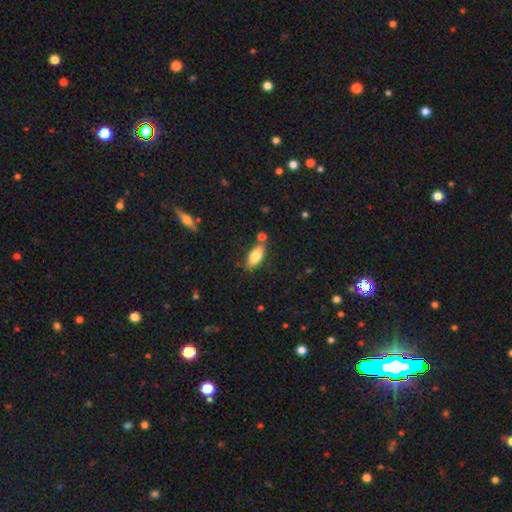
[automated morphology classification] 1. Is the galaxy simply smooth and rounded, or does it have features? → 77% smooth, 16% featured or disk, 7% star or artifact.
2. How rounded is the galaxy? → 82% in between, 16% cigar-shaped, 2% round.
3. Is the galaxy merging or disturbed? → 73% none, 14% minor disturbance, 10% merger, 3% major disturbance.